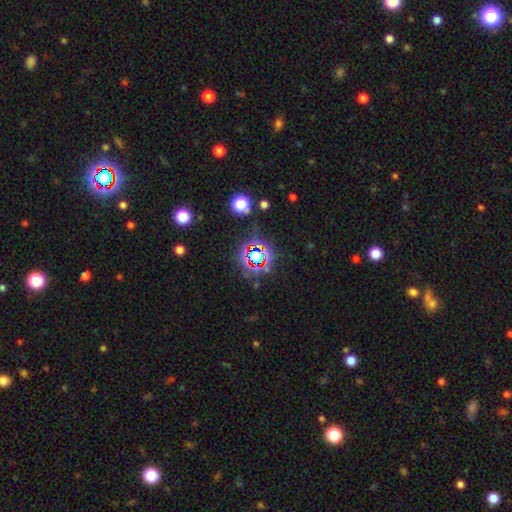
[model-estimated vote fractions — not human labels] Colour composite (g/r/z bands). It shows a star or artifact, not a galaxy (73%).